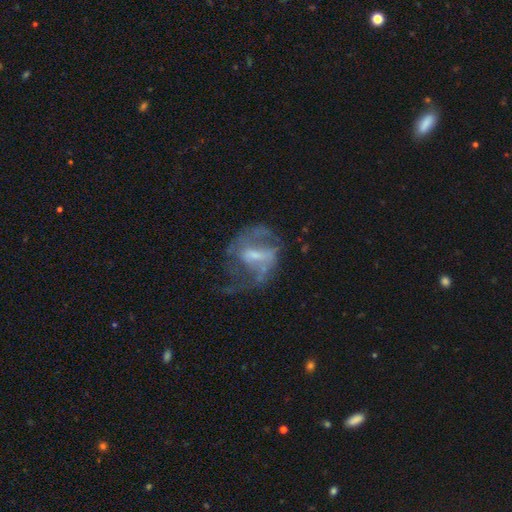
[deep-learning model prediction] This is likely a featured or disk galaxy (74%). It is clearly not viewed edge-on (96%). Bar: possibly weak (48%). Spiral arm pattern: likely yes (70%). Central bulge: marginally small (42%). Merging: marginally none (41%).